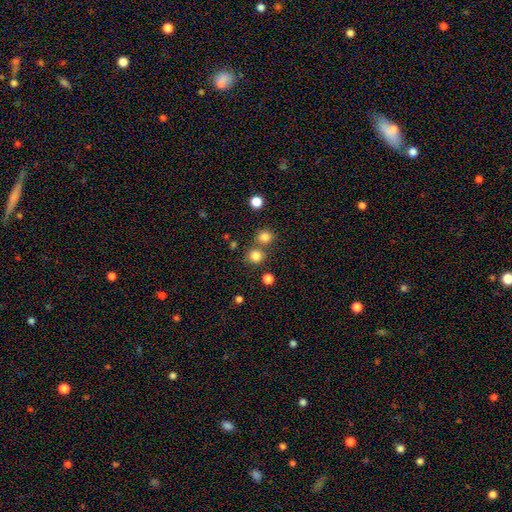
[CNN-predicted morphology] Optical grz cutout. It shows a smooth galaxy with no disk features (81%) that is round (89%). Merging: none (69%).